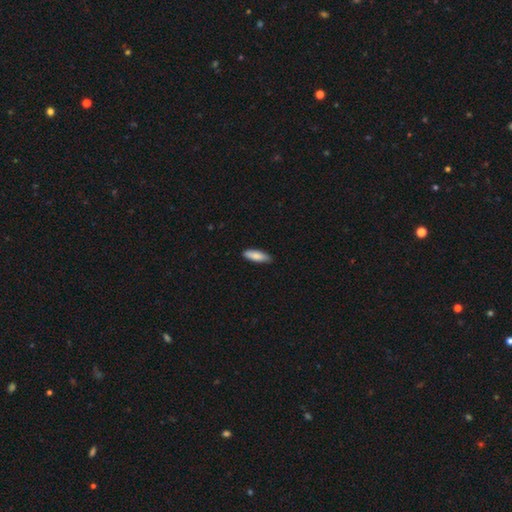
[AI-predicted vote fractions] smooth_or_featured: smooth (p=0.83) [alt: featured or disk p=0.11]
how_rounded: in between (p=0.54) [alt: cigar-shaped p=0.44]
merging: none (p=0.85) [alt: minor disturbance p=0.13]